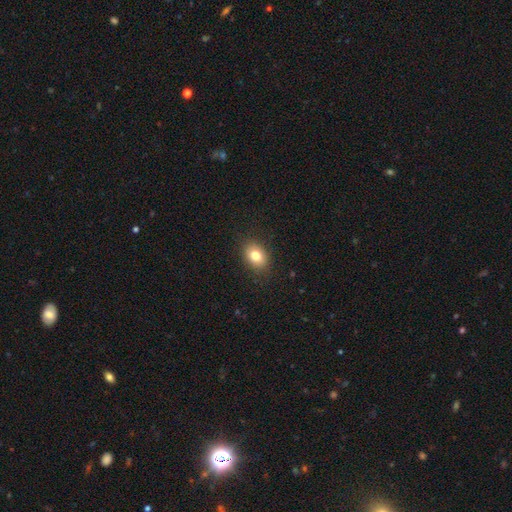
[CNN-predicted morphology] Q: Smooth or featured?
A: smooth (82%); runner-up: star or artifact (10%)
Q: How rounded?
A: in between (71%); runner-up: round (28%)
Q: Merging?
A: none (86%); runner-up: minor disturbance (10%)